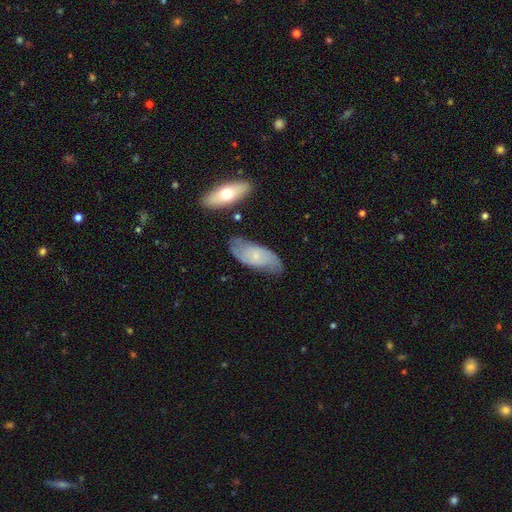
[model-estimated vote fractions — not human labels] The model was most divided on "smooth or featured": featured or disk: 59%, smooth: 34%, star or artifact: 7%. More confident: edge-on disk — no (91%); spiral arms — yes (86%); bulge size — small (72%); merging — none (68%); bar — no (67%).